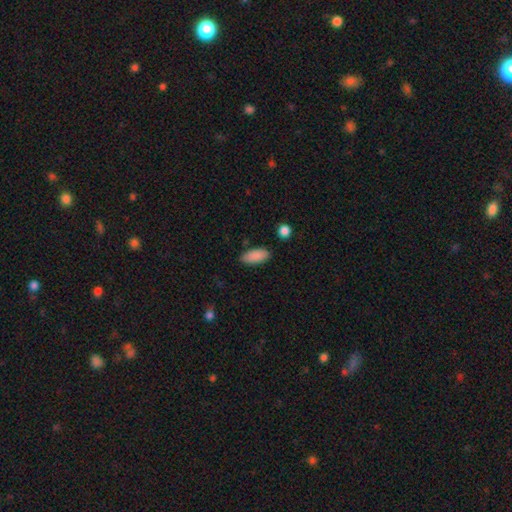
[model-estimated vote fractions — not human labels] Smooth or featured? Predicted: smooth (p=0.89). How rounded? Predicted: in between (p=0.86). Merging? Predicted: none (p=0.85).